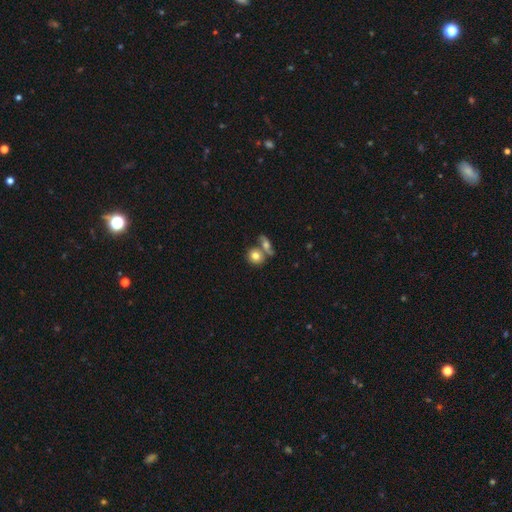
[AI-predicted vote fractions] Overall: smooth (76%). How rounded: round (73%). Merging: none (46%; merger 41%).